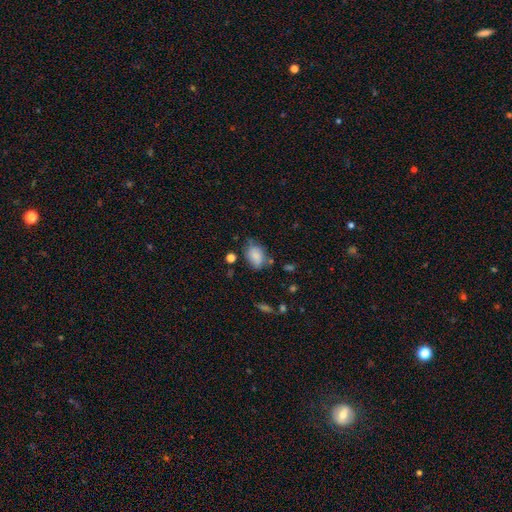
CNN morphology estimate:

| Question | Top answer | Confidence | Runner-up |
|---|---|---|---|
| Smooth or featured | smooth | 82% | featured or disk (10%) |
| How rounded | in between | 79% | round (20%) |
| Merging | none | 55% | minor disturbance (29%) |